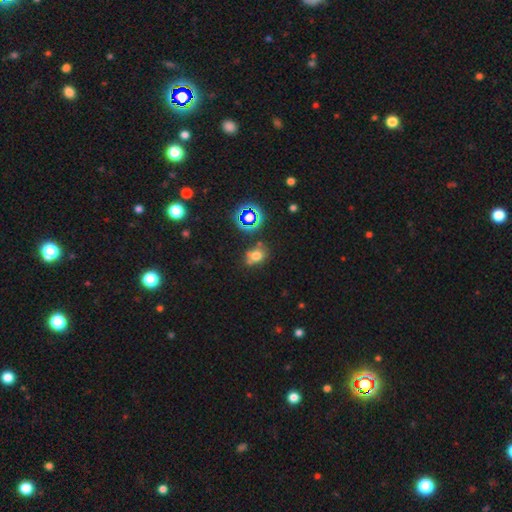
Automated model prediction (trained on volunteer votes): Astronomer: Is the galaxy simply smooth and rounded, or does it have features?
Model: smooth — 62%.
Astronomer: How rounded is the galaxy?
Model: in between — 52% (runner-up: round, 46%).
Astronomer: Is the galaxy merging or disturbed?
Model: none — 60%.